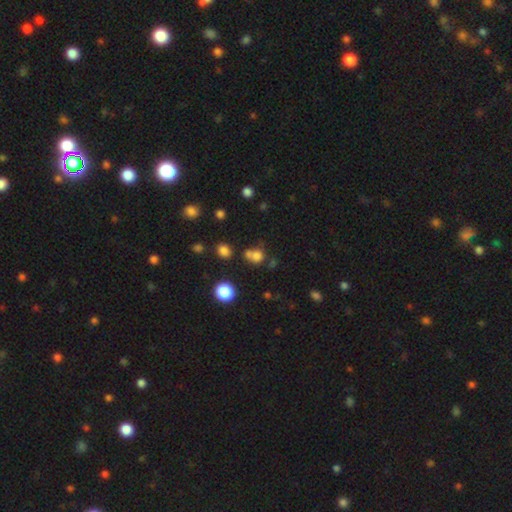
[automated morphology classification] Smooth or featured?
  - smooth: 75% *
  - star or artifact: 17%
  - featured or disk: 8%
How rounded?
  - round: 79% *
  - in between: 20%
  - cigar-shaped: 1%
Merging?
  - none: 47% *
  - merger: 36%
  - minor disturbance: 11%
  - major disturbance: 6%